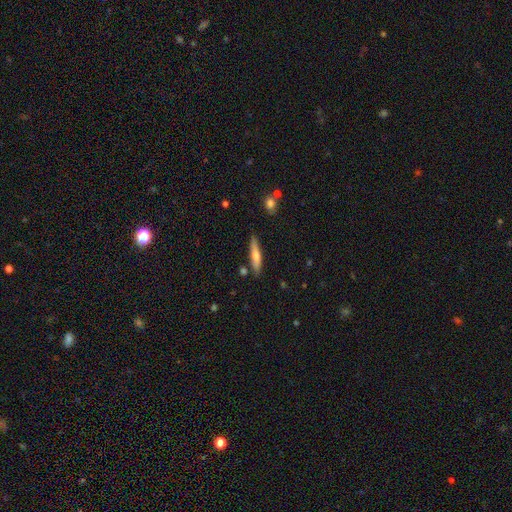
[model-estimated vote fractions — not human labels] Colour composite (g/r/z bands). It shows a smooth galaxy with no disk features (61%) that is cigar-shaped (84%). Merging: none (84%).